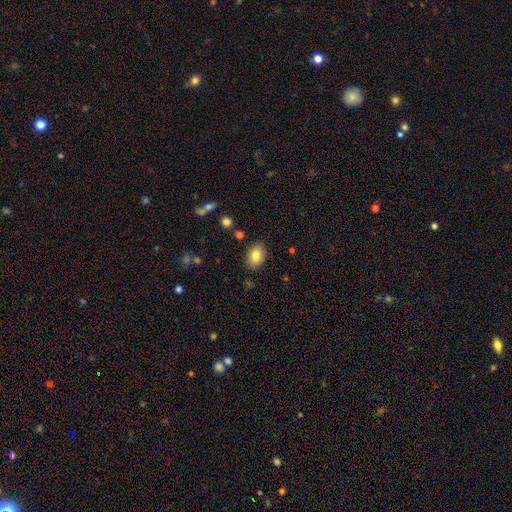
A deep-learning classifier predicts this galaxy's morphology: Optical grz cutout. It shows a smooth galaxy with no disk features (82%) that is in between round and cigar-shaped (84%). Merging: none (85%).